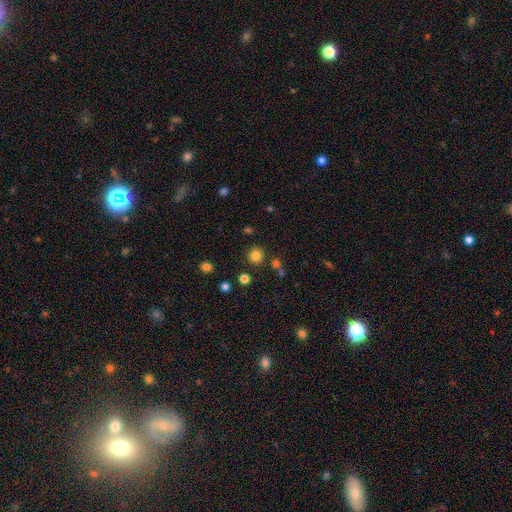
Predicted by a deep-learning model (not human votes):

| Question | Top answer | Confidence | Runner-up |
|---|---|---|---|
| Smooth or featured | smooth | 82% | star or artifact (14%) |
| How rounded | round | 92% | in between (7%) |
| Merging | none | 87% | minor disturbance (6%) |